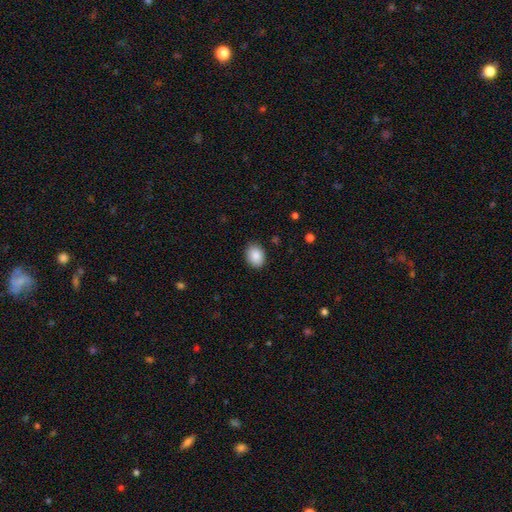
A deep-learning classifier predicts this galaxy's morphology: smooth-or-featured: smooth: 88% | star or artifact: 7% | featured or disk: 4%
  how-rounded: in between: 68% | round: 32% | cigar-shaped: 1%
  merging: none: 87% | minor disturbance: 10% | major disturbance: 2% | merger: 1%